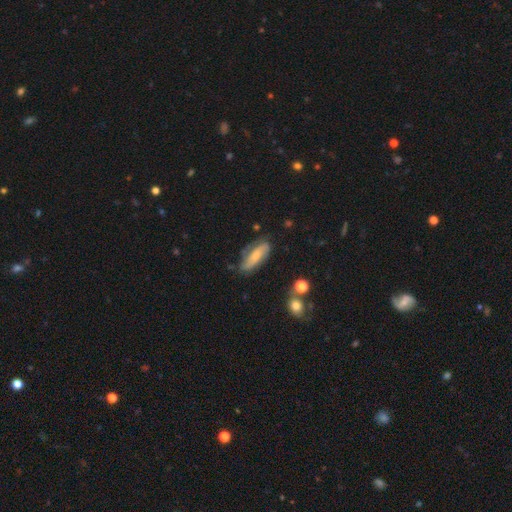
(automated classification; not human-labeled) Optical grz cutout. It shows a smooth galaxy with no disk features (47%). Merging: none (66%).